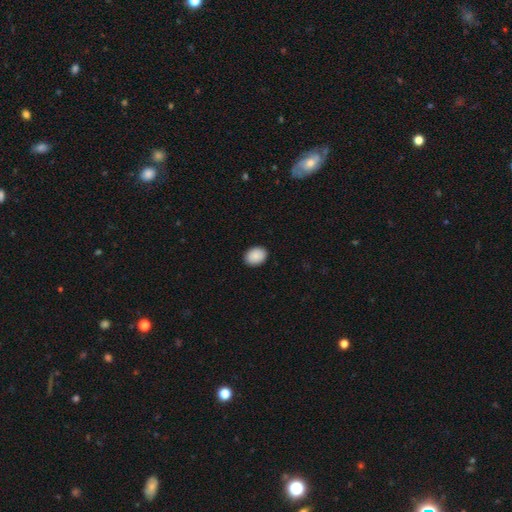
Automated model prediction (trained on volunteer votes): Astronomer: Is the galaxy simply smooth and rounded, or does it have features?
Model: smooth — 90%.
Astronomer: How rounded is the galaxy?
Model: in between — 61% (runner-up: round, 38%).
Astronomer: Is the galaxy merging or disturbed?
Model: none — 90%.